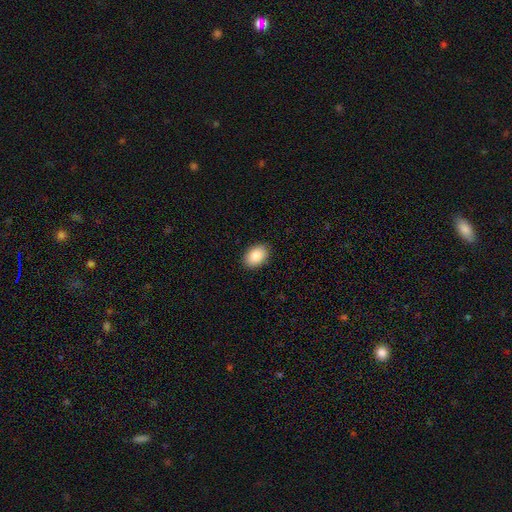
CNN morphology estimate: This appears to be a smooth galaxy with no disk features (87%) that is in between round and cigar-shaped (87%). Merging: none (90%).